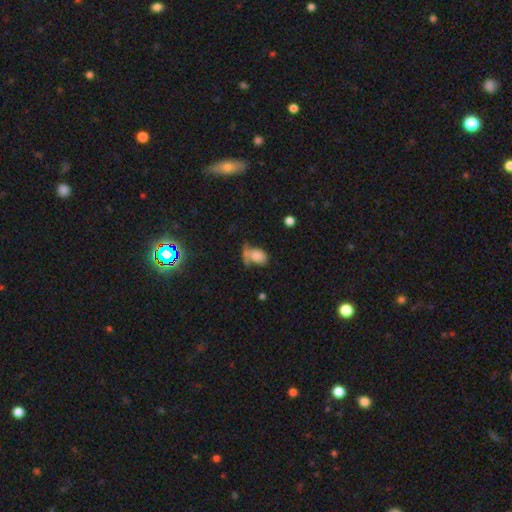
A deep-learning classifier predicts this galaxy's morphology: Smooth or featured? Predicted: smooth (p=0.68). How rounded? Predicted: in between (p=0.84). Merging? Predicted: none (p=0.30).